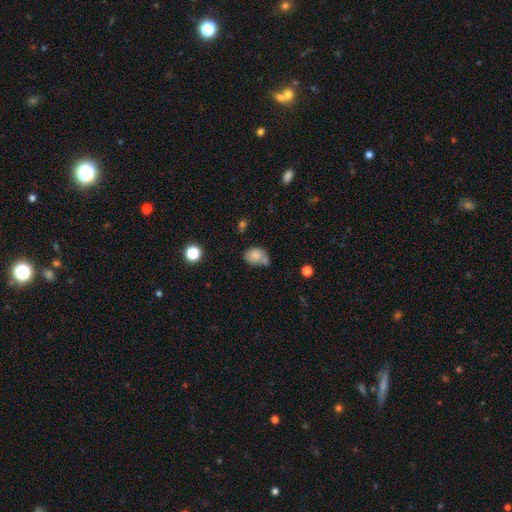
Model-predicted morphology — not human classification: This is likely a smooth galaxy (80%). How rounded: likely in between (63%). Merging: marginally none (37%).